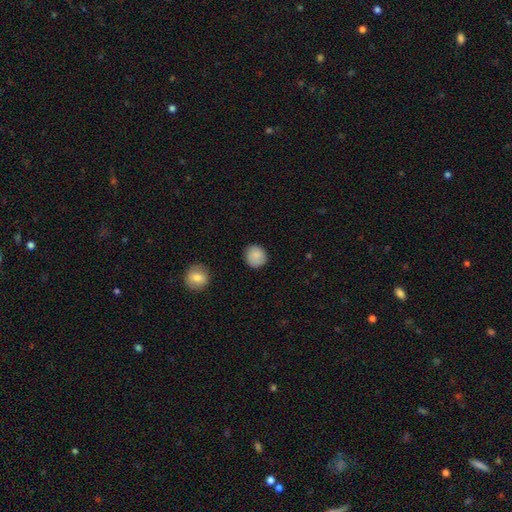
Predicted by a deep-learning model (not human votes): Smooth or featured?
  - smooth: 86% *
  - star or artifact: 7%
  - featured or disk: 7%
How rounded?
  - round: 88% *
  - in between: 11%
  - cigar-shaped: 1%
Merging?
  - none: 86% *
  - minor disturbance: 11%
  - major disturbance: 2%
  - merger: 1%